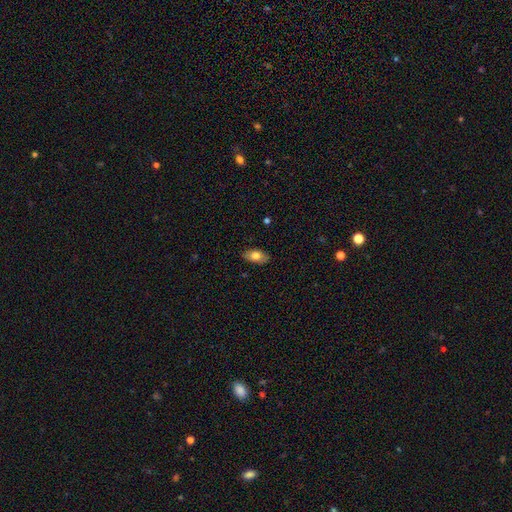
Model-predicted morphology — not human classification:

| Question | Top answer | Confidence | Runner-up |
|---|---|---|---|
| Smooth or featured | smooth | 74% | featured or disk (19%) |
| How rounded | in between | 91% | round (5%) |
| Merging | none | 84% | minor disturbance (13%) |